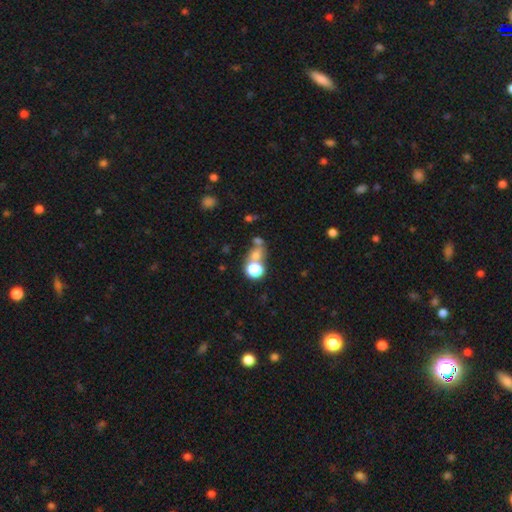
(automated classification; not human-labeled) smooth-or-featured: smooth: 61% | star or artifact: 24% | featured or disk: 15%
  how-rounded: round: 69% | in between: 29% | cigar-shaped: 2%
  merging: merger: 45% | none: 39% | minor disturbance: 9% | major disturbance: 7%